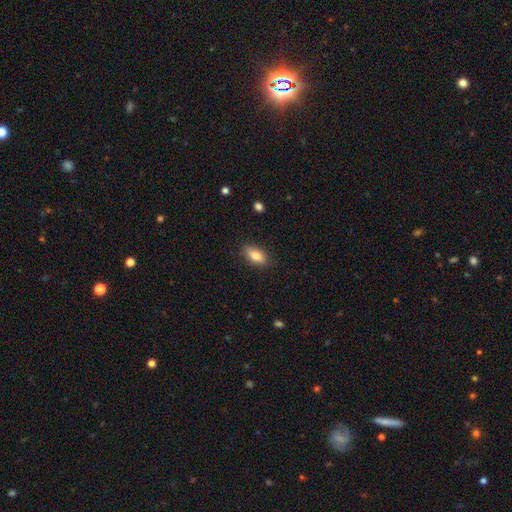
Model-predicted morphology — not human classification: Smooth or featured? smooth (79%)
How rounded? in between (81%)
Merging? none (84%)